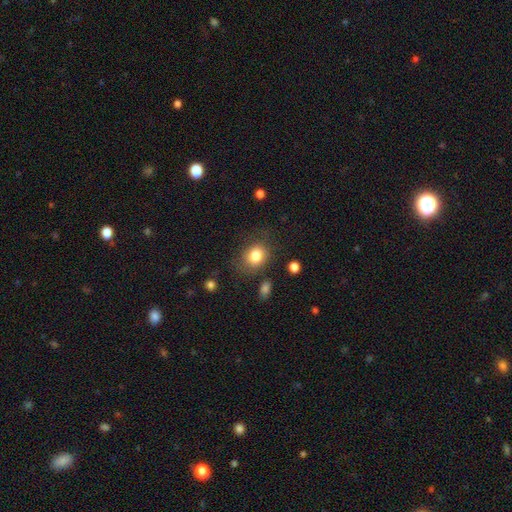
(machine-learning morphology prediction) Smooth or featured: smooth — 82% (star or artifact — 10%)
How rounded: round — 56% (in between — 43%)
Merging: none — 71% (minor disturbance — 18%)